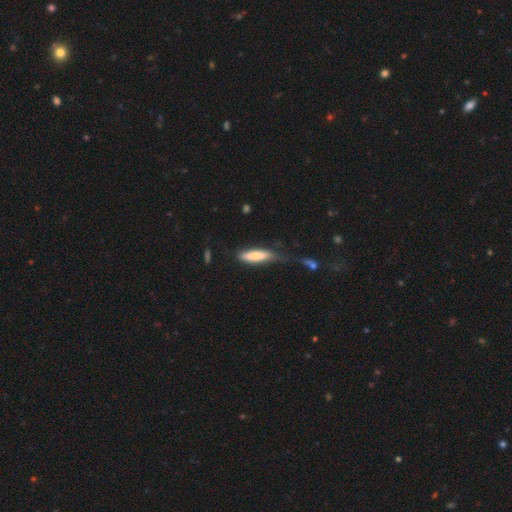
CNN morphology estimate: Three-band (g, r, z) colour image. It shows a smooth galaxy with no disk features (75%) that is cigar-shaped (69%). Merging: none (41%).